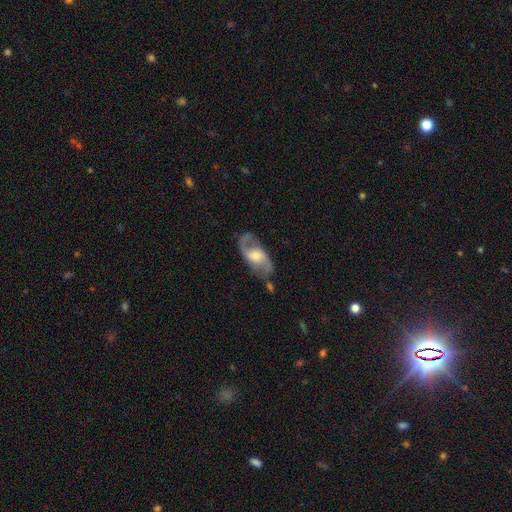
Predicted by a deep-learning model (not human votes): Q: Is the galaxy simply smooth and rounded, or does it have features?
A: featured or disk — 81%.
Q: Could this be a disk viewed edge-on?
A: no — 95%.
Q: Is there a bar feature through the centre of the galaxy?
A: no — 48%.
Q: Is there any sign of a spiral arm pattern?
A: yes — 92%.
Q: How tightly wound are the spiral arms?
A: loose — 50%.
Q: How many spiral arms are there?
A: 2 — 88%.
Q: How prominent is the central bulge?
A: moderate — 57%.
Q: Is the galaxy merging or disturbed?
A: none — 68%.